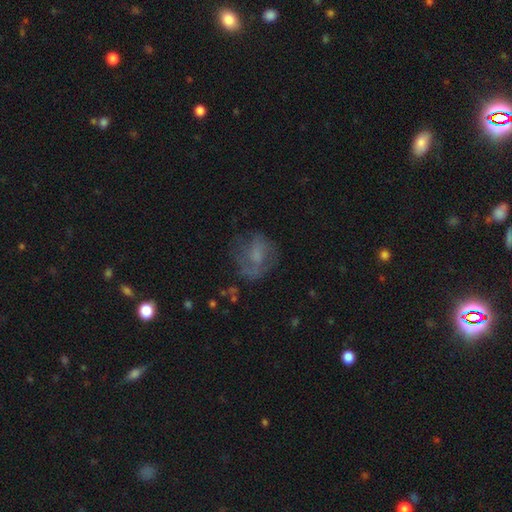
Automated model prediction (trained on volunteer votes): A featured or disk galaxy (50%).

Vote fractions:
- Smooth or featured? featured or disk: 50% / smooth: 35% / star or artifact: 15%
- Edge-on disk? no: 97% / yes: 3%
- Merging? none: 54% / major disturbance: 23% / minor disturbance: 22% / merger: 2%